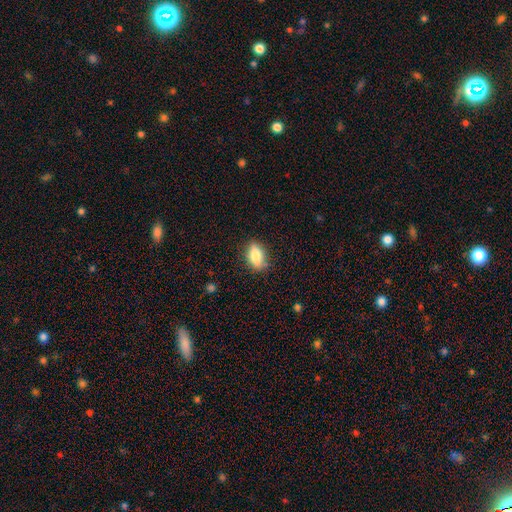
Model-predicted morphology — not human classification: Smooth or featured? smooth (79%)
How rounded? in between (83%)
Merging? none (80%)